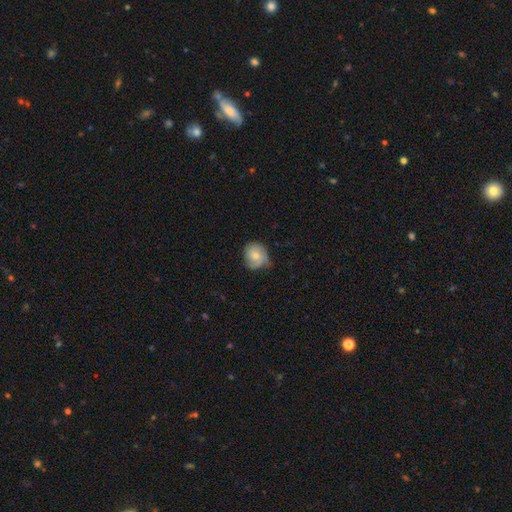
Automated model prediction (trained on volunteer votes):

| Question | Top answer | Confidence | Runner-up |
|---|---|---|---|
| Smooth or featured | smooth | 51% | featured or disk (42%) |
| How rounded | round | 70% | in between (29%) |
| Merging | none | 54% | minor disturbance (34%) |